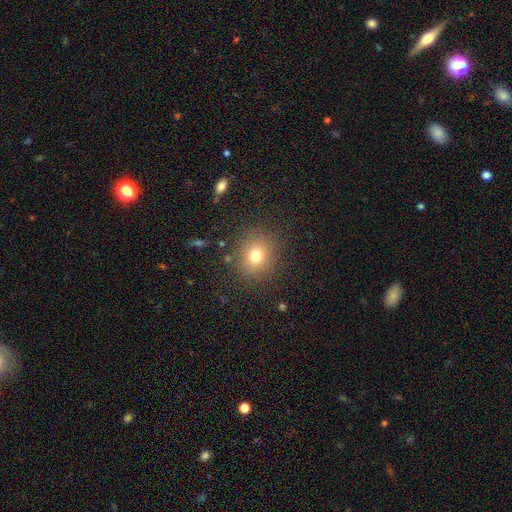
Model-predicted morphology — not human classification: Smooth or featured?
  - smooth: 74% *
  - star or artifact: 16%
  - featured or disk: 10%
How rounded?
  - round: 81% *
  - in between: 18%
  - cigar-shaped: 1%
Merging?
  - none: 86% *
  - minor disturbance: 8%
  - major disturbance: 4%
  - merger: 2%